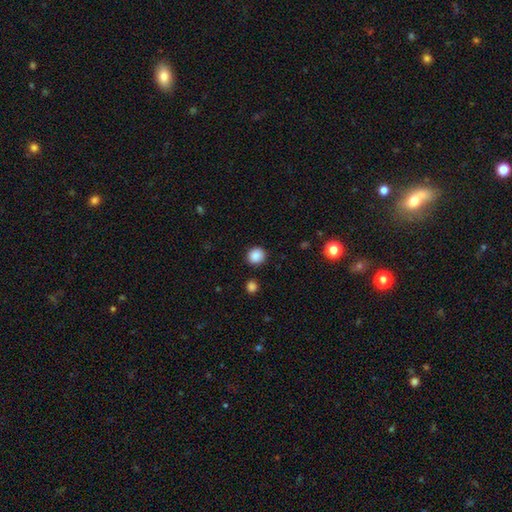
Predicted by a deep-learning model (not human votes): Smooth or featured: smooth — 88% (star or artifact — 10%)
How rounded: round — 86% (in between — 13%)
Merging: none — 88% (minor disturbance — 7%)